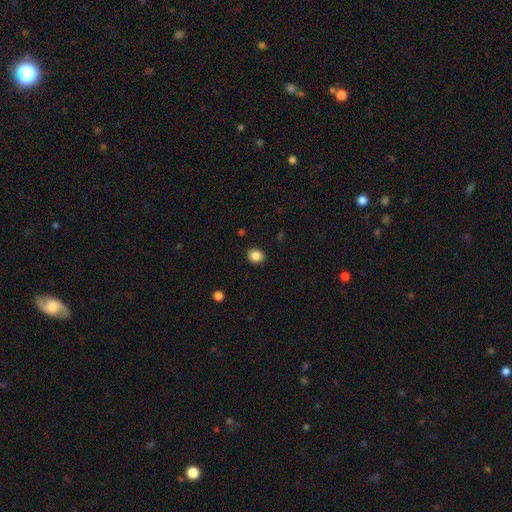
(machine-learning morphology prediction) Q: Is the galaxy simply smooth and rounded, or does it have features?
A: smooth — 86%.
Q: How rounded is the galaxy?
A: round — 69%.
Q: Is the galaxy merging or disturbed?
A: none — 91%.